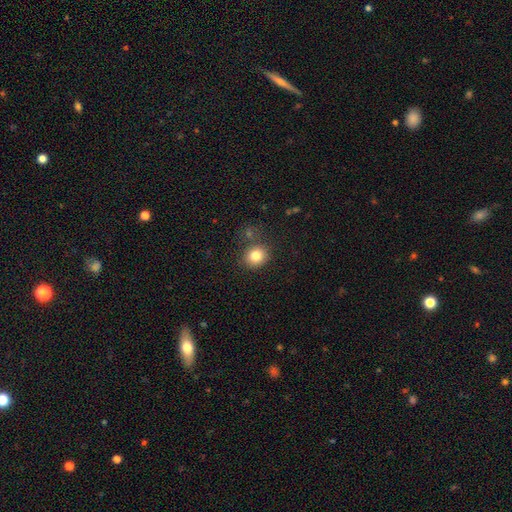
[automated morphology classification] smooth_or_featured: smooth (p=0.81) [alt: star or artifact p=0.11]
how_rounded: round (p=0.74) [alt: in between p=0.25]
merging: none (p=0.77) [alt: minor disturbance p=0.12]